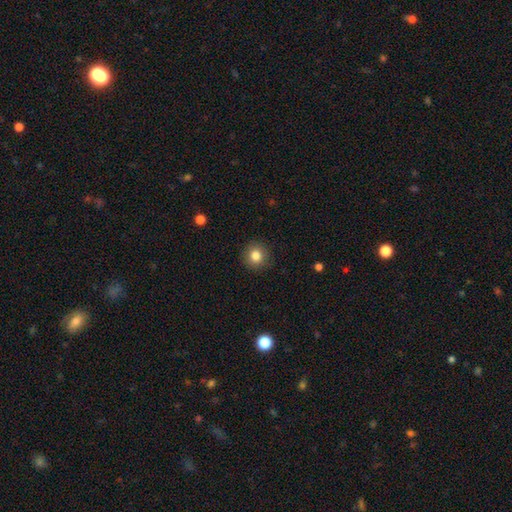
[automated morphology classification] smooth 83%, star or artifact 10%, featured or disk 7%. Down the decision tree: how rounded — round (92%); merging — none (90%).